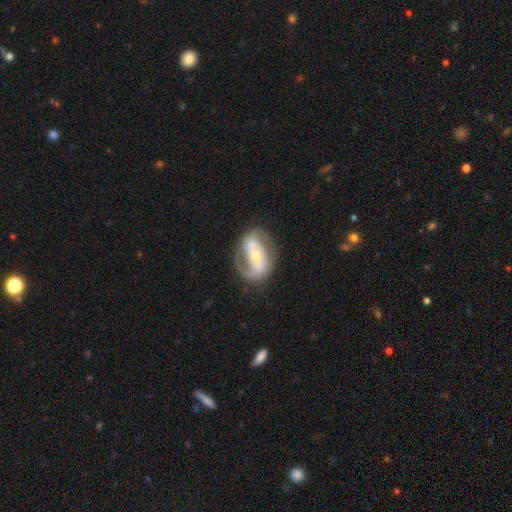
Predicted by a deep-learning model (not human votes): Smooth or featured: featured or disk — 80% (smooth — 14%)
Edge-on disk: no — 96% (yes — 4%)
Bar: strong — 41% (no — 30%)
Spiral arms: yes — 85% (no — 15%)
Spiral winding: medium — 44% (tight — 31%)
Spiral arm count: 2 — 80% (can't tell — 8%)
Bulge size: moderate — 56% (small — 38%)
Merging: none — 71% (minor disturbance — 17%)